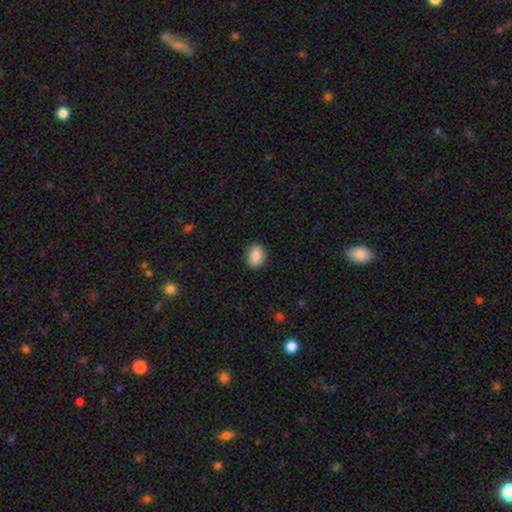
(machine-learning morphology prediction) Overall: smooth (89%). How rounded: in between (58%; round 41%). Merging: none (88%).